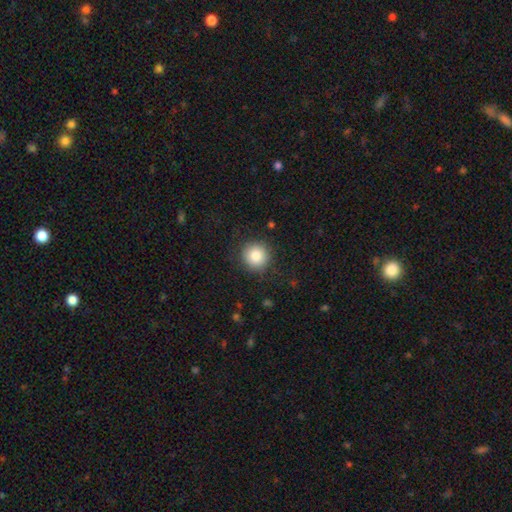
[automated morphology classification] Overall: smooth (84%). How rounded: round (94%). Merging: none (88%).